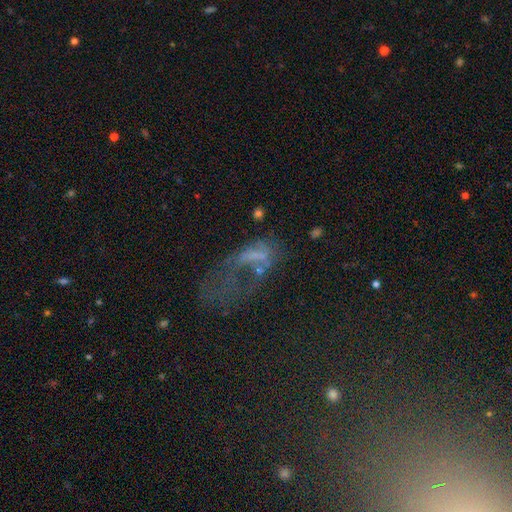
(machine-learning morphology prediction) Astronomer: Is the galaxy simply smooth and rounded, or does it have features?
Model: featured or disk — 45% (runner-up: smooth, 32%).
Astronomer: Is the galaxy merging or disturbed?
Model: major disturbance — 56%.